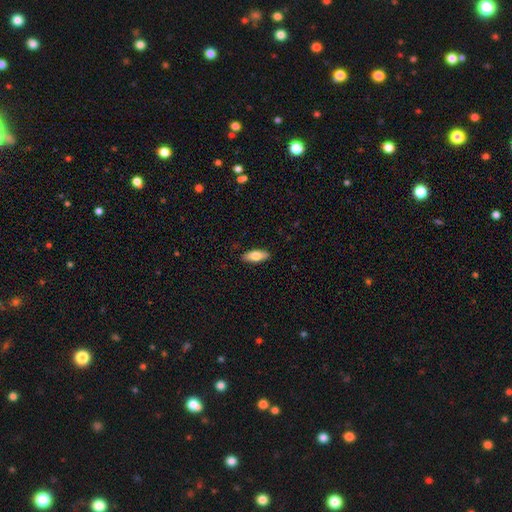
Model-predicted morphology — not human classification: The model was most divided on "how rounded": in between: 80%, cigar-shaped: 18%, round: 2%. More confident: merging — none (88%); smooth or featured — smooth (80%).